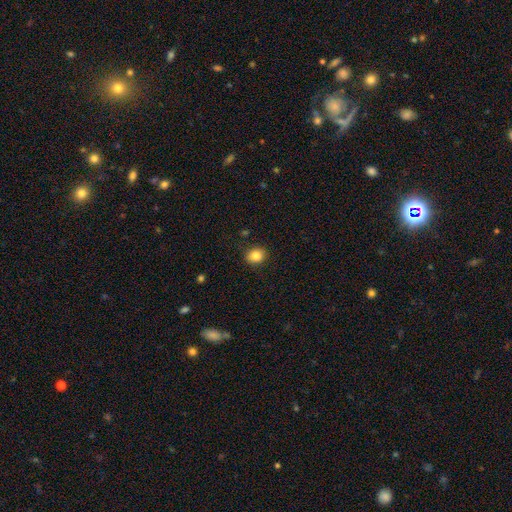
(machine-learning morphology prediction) Smooth or featured? smooth (86%)
How rounded? round (64%)
Merging? none (87%)